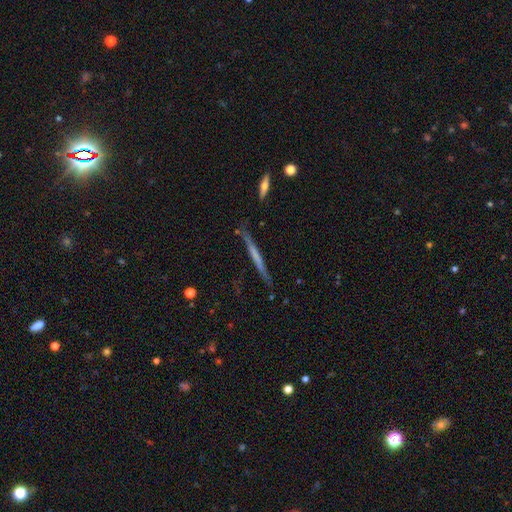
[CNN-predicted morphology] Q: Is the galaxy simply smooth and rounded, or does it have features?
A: featured or disk — 51%.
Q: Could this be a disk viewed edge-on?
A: yes — 96%.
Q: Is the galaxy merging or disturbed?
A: none — 83%.